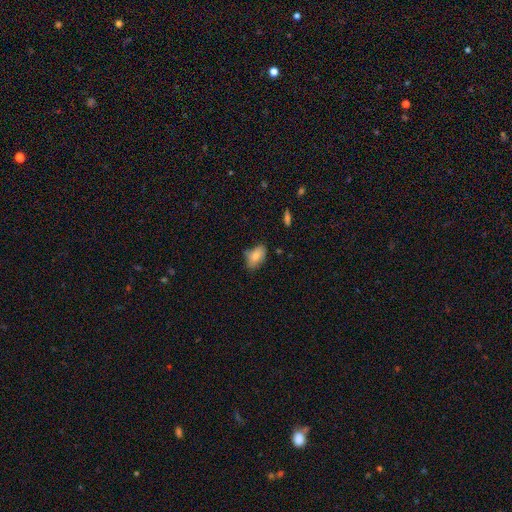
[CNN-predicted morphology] Smooth or featured: smooth — 78% (featured or disk — 14%)
How rounded: in between — 90% (round — 8%)
Merging: none — 60% (minor disturbance — 30%)